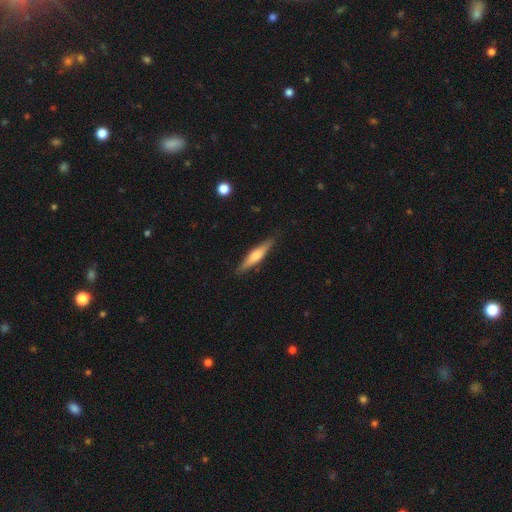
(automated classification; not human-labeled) Smooth or featured: smooth — 49% (featured or disk — 45%)
Merging: none — 88% (minor disturbance — 9%)